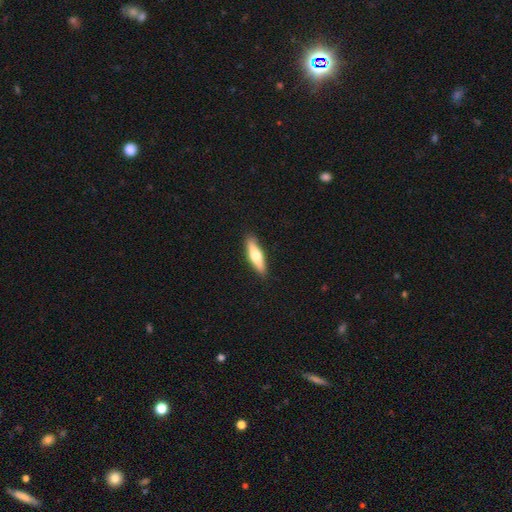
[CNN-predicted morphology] Smooth or featured: smooth — 54% (featured or disk — 41%)
How rounded: cigar-shaped — 68% (in between — 30%)
Merging: none — 90% (minor disturbance — 8%)